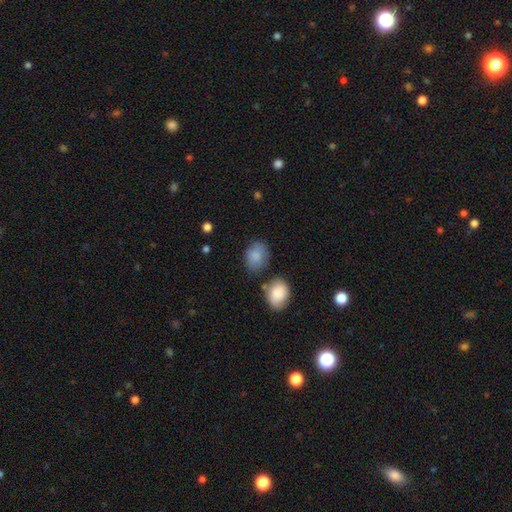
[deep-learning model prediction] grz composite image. It shows a smooth galaxy with no disk features (85%) that is in between round and cigar-shaped (71%). Merging: none (67%).